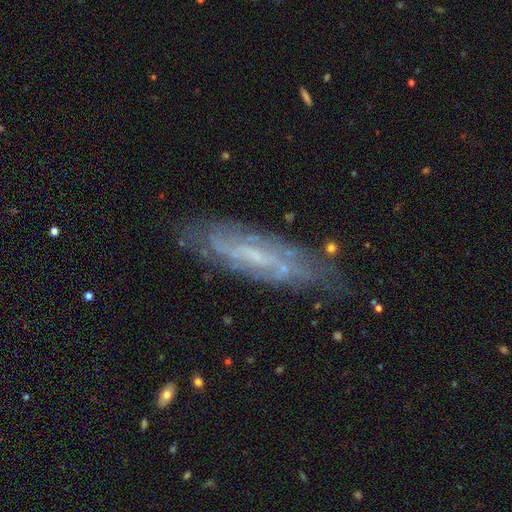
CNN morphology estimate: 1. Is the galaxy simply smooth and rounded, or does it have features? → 73% featured or disk, 19% smooth, 9% star or artifact.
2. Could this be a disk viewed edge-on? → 65% no, 35% yes.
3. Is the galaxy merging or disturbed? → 73% none, 18% minor disturbance, 6% major disturbance, 2% merger.